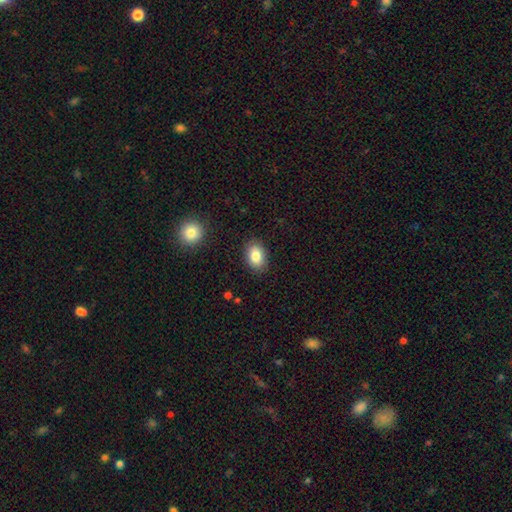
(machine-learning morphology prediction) smooth 85%, star or artifact 8%, featured or disk 8%. Down the decision tree: how rounded — in between (85%); merging — none (86%).